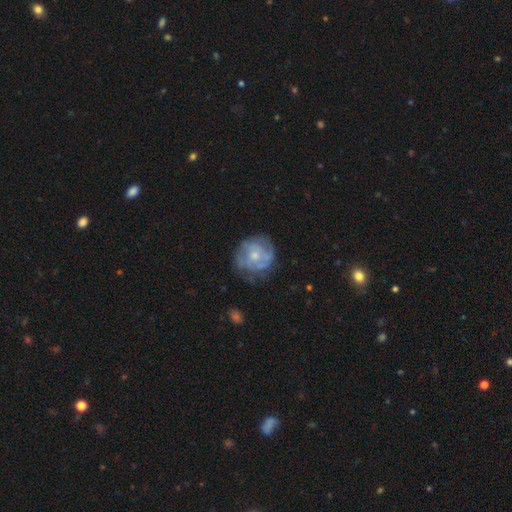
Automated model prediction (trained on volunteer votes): Smooth or featured: featured or disk — 59% (smooth — 34%)
Edge-on disk: no — 98% (yes — 2%)
Bar: no — 83% (weak — 15%)
Spiral arms: yes — 58% (no — 42%)
Bulge size: small — 57% (moderate — 37%)
Merging: none — 61% (minor disturbance — 24%)